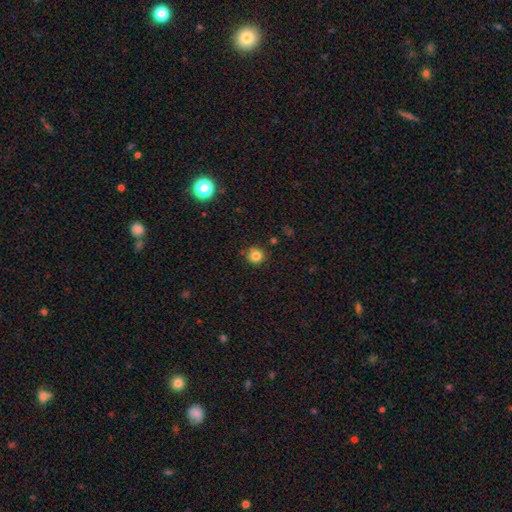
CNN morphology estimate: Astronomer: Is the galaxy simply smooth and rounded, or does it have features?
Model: smooth — 82%.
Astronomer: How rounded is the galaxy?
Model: round — 92%.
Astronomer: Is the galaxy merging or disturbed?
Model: none — 83%.